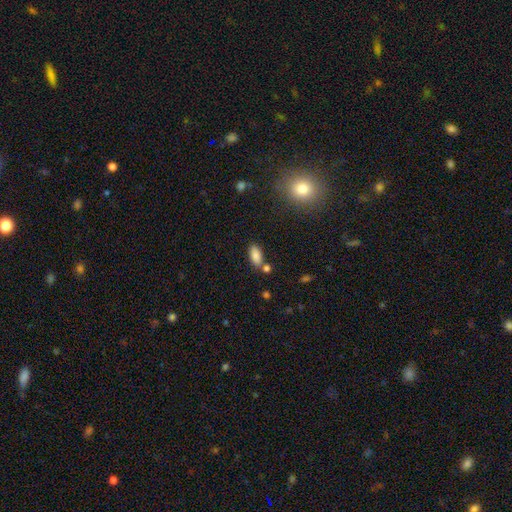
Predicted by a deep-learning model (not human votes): Smooth or featured: smooth — 85% (star or artifact — 9%)
How rounded: in between — 88% (cigar-shaped — 10%)
Merging: none — 69% (merger — 15%)